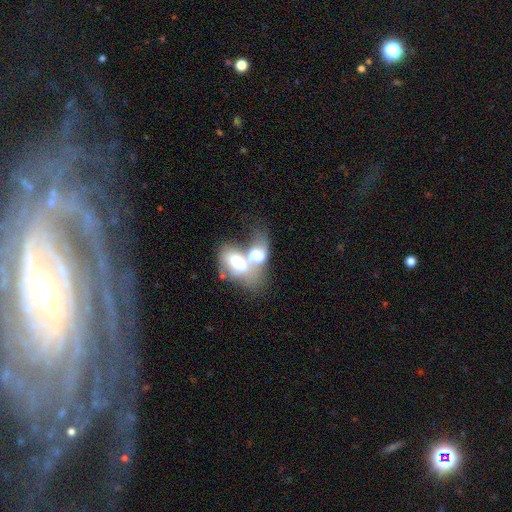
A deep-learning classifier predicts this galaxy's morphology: smooth-or-featured: smooth: 46% | featured or disk: 39% | star or artifact: 15%
  merging: merger: 68% | none: 15% | major disturbance: 11% | minor disturbance: 7%